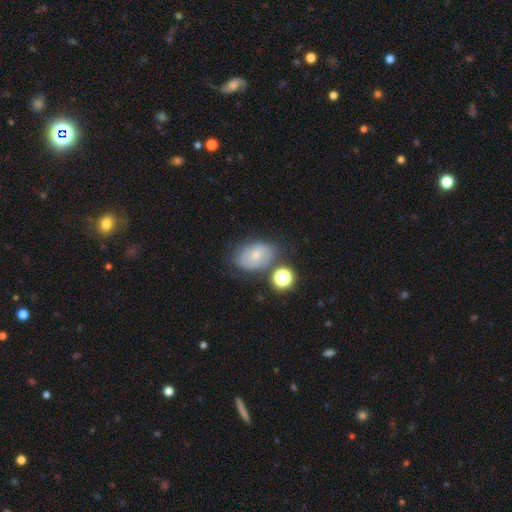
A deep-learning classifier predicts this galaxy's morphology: Smooth or featured? smooth (55%)
How rounded? in between (76%)
Merging? none (59%)